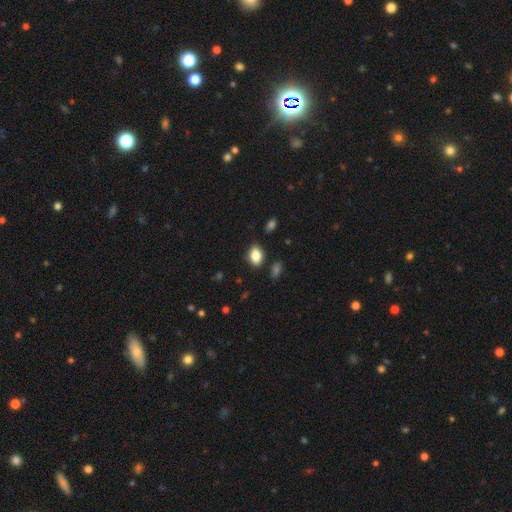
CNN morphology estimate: smooth 85%, star or artifact 9%, featured or disk 7%. Down the decision tree: how rounded — in between (83%); merging — none (83%).